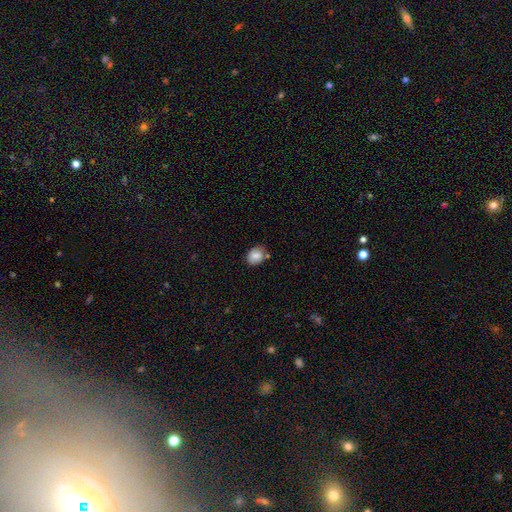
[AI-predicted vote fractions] Smooth or featured?
  - smooth: 82% *
  - featured or disk: 9%
  - star or artifact: 8%
How rounded?
  - round: 51% *
  - in between: 48%
  - cigar-shaped: 1%
Merging?
  - none: 70% *
  - minor disturbance: 20%
  - merger: 6%
  - major disturbance: 4%